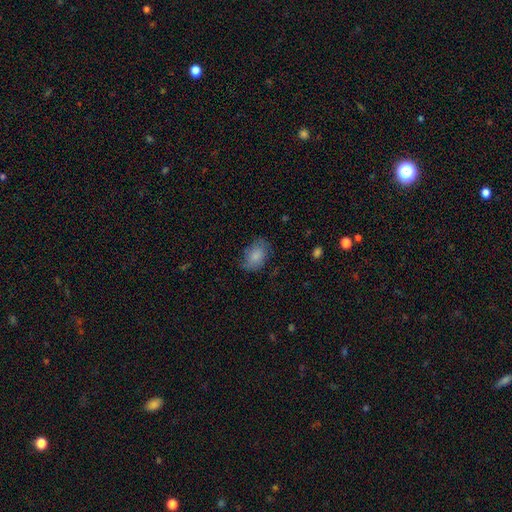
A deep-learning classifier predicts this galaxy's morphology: Smooth or featured? Predicted: smooth (p=0.79). How rounded? Predicted: in between (p=0.83). Merging? Predicted: none (p=0.64).